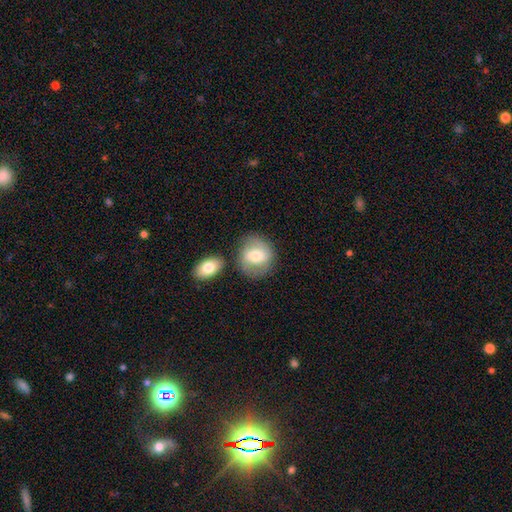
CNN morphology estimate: This appears to be a smooth galaxy with no disk features (57%) that is round (71%). Merging: none (66%).